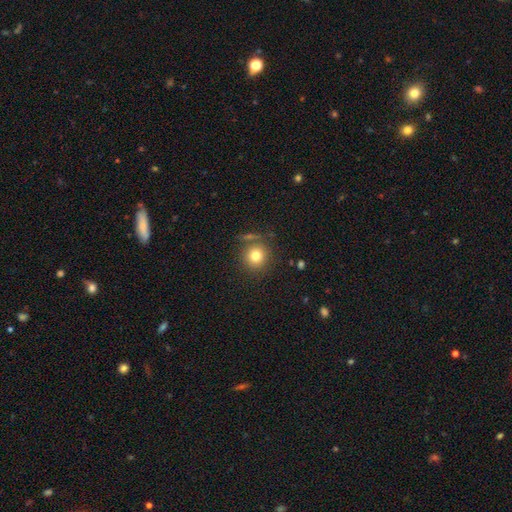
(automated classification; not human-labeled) smooth-or-featured: smooth: 79% | star or artifact: 12% | featured or disk: 9%
  how-rounded: round: 91% | in between: 8% | cigar-shaped: 1%
  merging: none: 78% | minor disturbance: 10% | merger: 8% | major disturbance: 4%